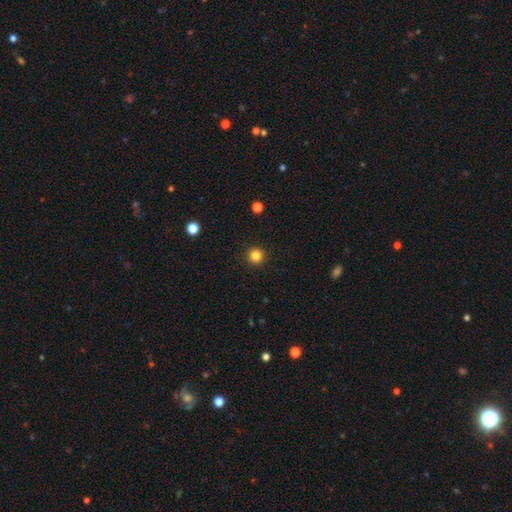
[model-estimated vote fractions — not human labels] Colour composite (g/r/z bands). It shows a smooth galaxy with no disk features (83%) that is round (96%). Merging: none (93%).